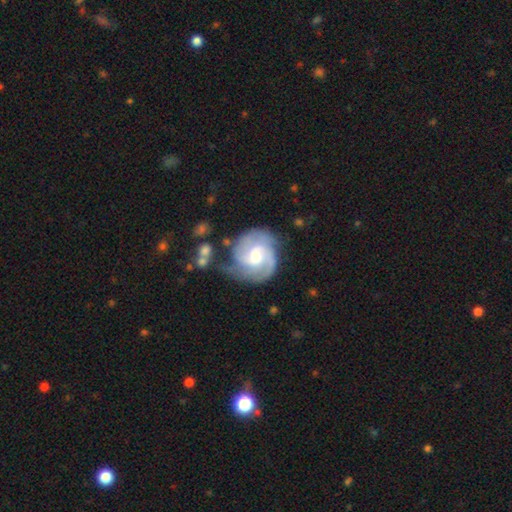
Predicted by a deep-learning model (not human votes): smooth-or-featured: featured or disk: 86% | smooth: 9% | star or artifact: 5%
  disk-edge-on: no: 98% | yes: 2%
    bar: weak: 51% | no: 39% | strong: 10%
    has-spiral-arms: yes: 97% | no: 3%
      spiral-winding: medium: 44% (tied) | tight: 44% (tied) | loose: 11%
      spiral-arm-count: 2: 49% | 3: 28% | can't tell: 12% | 1: 4% | 4: 4% | more than 4: 3%
    bulge-size: moderate: 58% | small: 32% | large: 6% | none: 2% | dominant: 1%
  merging: none: 63% | minor disturbance: 22% | major disturbance: 11% | merger: 5%